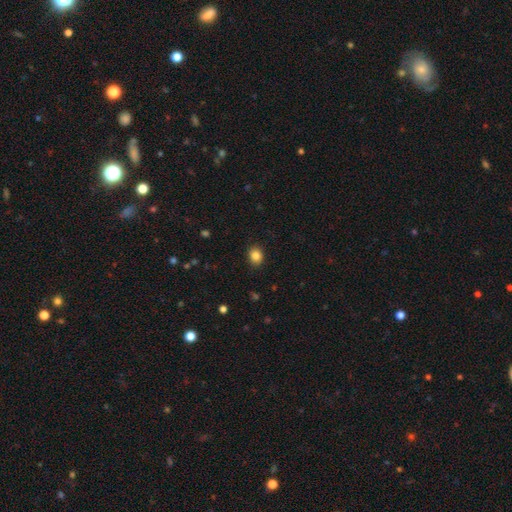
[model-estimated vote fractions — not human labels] A smooth galaxy with no disk features (85%) that is round (58%). Merging: none (89%).